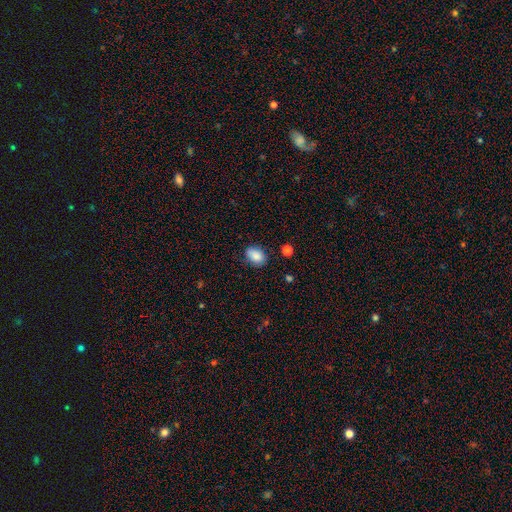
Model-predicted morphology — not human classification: Smooth or featured: smooth — 86% (star or artifact — 8%)
How rounded: in between — 78% (round — 20%)
Merging: none — 76% (minor disturbance — 18%)